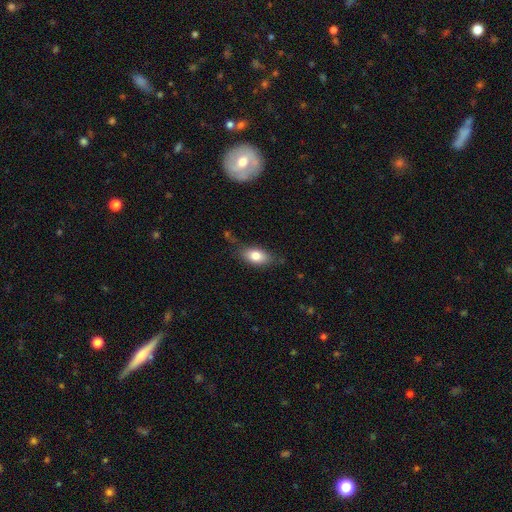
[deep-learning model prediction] The model was most divided on "merging": none: 70%, minor disturbance: 21%, major disturbance: 6%, merger: 3%. More confident: how rounded — in between (86%); smooth or featured — smooth (79%).